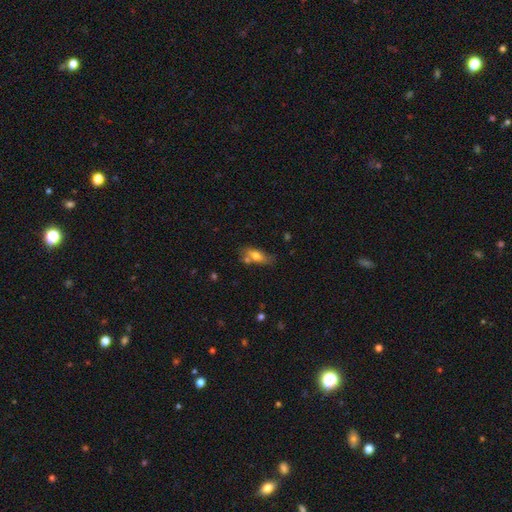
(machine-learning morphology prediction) Smooth or featured? smooth (66%)
How rounded? in between (72%)
Merging? none (58%)